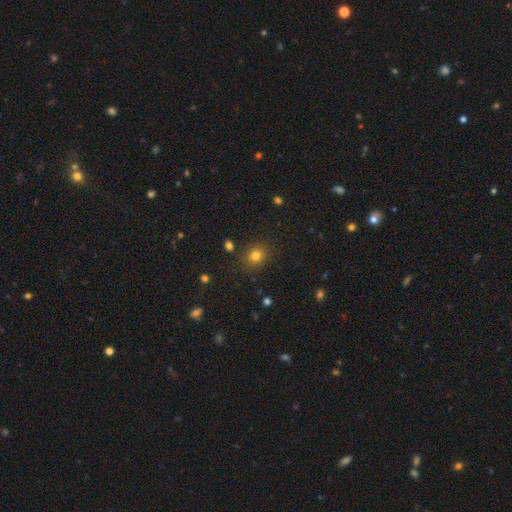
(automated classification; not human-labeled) Morphology: type=smooth (79%); roundness=round (80%); merging=none (86%).